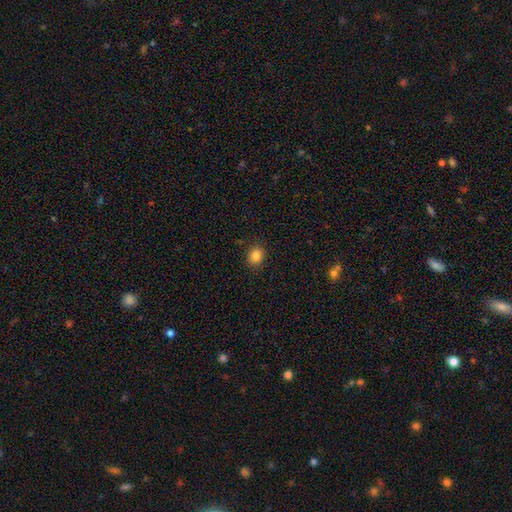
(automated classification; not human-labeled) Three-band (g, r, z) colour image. It shows a smooth galaxy with no disk features (84%) that is round (71%). Merging: none (88%).